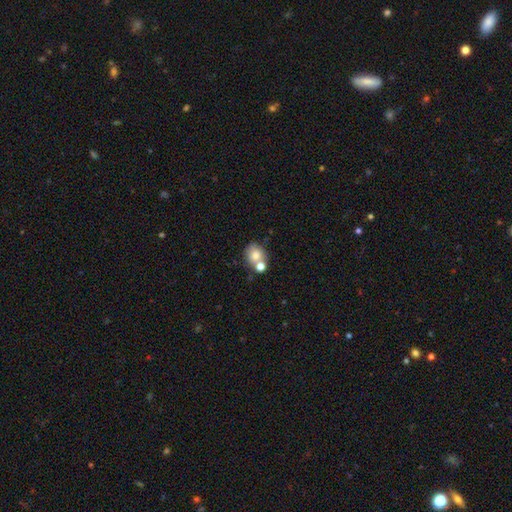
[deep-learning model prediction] smooth-or-featured: smooth: 74% | featured or disk: 15% | star or artifact: 10%
  how-rounded: round: 64% | in between: 35% | cigar-shaped: 1%
  merging: none: 48% | merger: 36% | minor disturbance: 12% | major disturbance: 5%